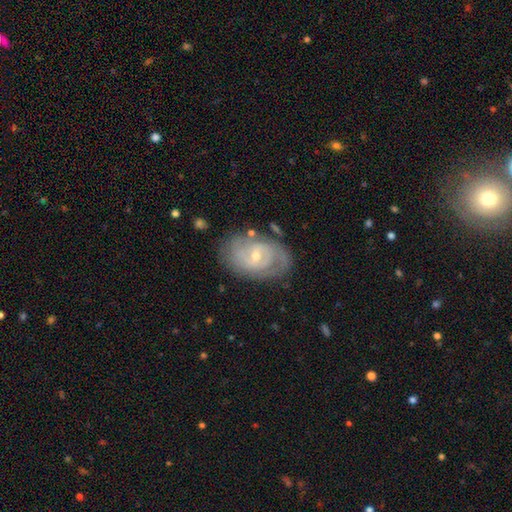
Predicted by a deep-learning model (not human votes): Overall: featured or disk (80%). Edge-on disk: no (96%). Bar: no (46%; weak 45%). Spiral arms: yes (89%). Spiral arm count: 2 (55%; can't tell 27%). Spiral winding: tight (55%; medium 35%). Bulge size: small (65%; moderate 32%). Merging: none (74%).